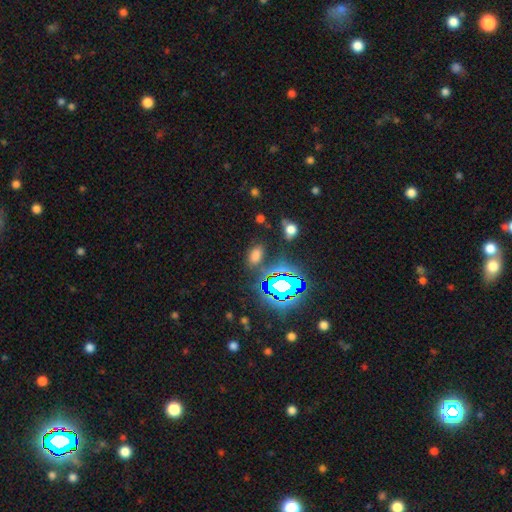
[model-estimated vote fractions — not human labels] Overall: smooth (60%; star or artifact 32%). How rounded: in between (85%). Merging: none (77%).